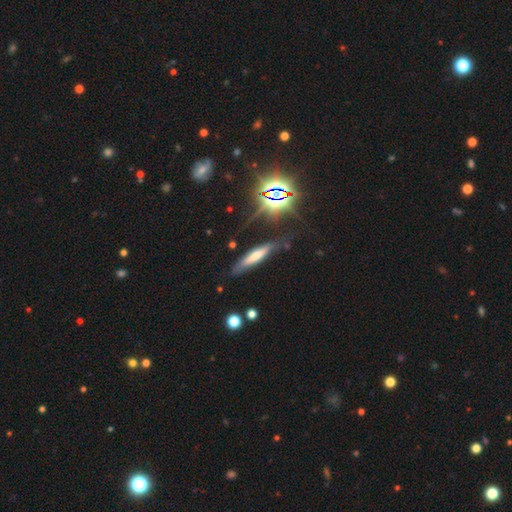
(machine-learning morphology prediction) This appears to be a smooth galaxy with no disk features (54%) that is cigar-shaped (81%). Merging: none (72%).